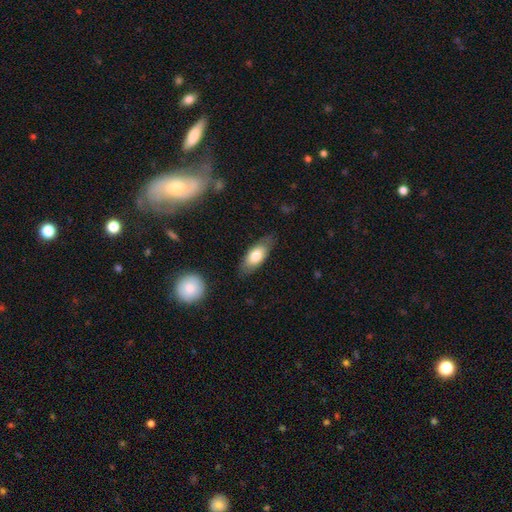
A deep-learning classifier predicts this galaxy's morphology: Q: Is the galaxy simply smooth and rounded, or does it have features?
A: smooth — 74%.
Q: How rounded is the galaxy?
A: in between — 83%.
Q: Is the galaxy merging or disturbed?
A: none — 78%.